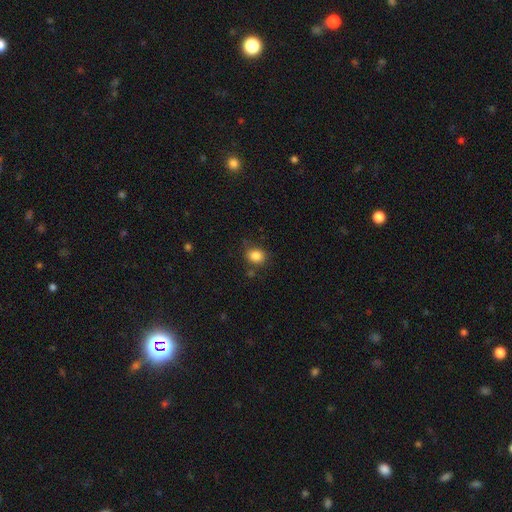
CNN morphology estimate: Smooth or featured: smooth — 85% (star or artifact — 10%)
How rounded: round — 59% (in between — 41%)
Merging: none — 77% (minor disturbance — 15%)